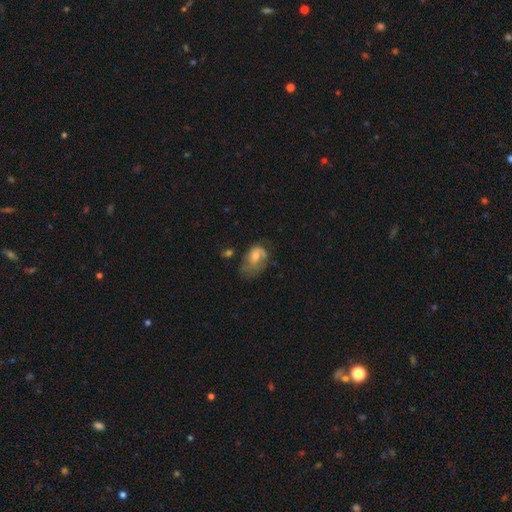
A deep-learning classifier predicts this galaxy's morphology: This appears to be a smooth galaxy with no disk features (50%). Merging: major disturbance (35%).